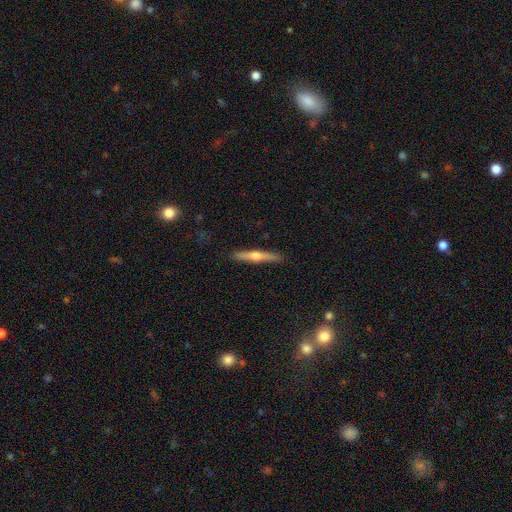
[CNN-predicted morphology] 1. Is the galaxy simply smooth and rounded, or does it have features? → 64% featured or disk, 30% smooth, 6% star or artifact.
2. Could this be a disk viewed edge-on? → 97% yes, 3% no.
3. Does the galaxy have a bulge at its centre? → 93% rounded, 4% none, 3% boxy.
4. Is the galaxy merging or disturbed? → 90% none, 7% minor disturbance, 1% major disturbance, 1% merger.